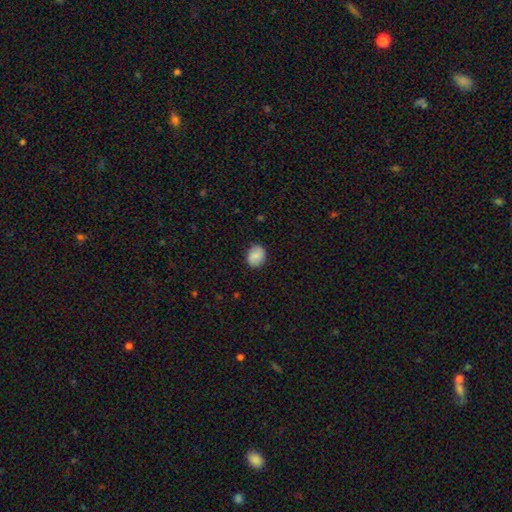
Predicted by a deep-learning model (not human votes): A smooth galaxy with no disk features (86%) that is round (62%).

Vote fractions:
- Smooth or featured? smooth: 86% / star or artifact: 8% / featured or disk: 6%
- How rounded? round: 62% / in between: 37% / cigar-shaped: 1%
- Merging? none: 87% / minor disturbance: 10% / major disturbance: 2% / merger: 1%